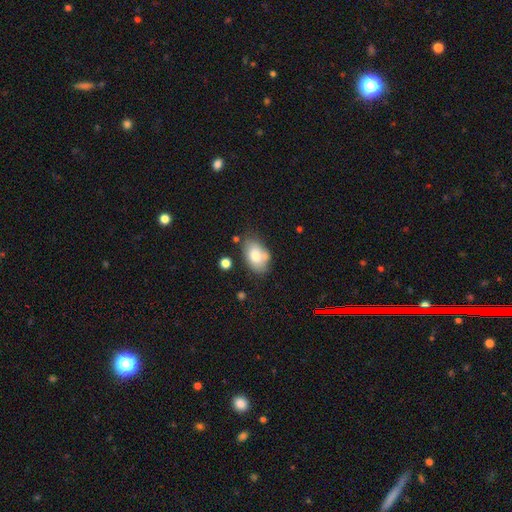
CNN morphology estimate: A smooth galaxy with no disk features (75%) that is in between round and cigar-shaped (87%). Merging: none (60%).